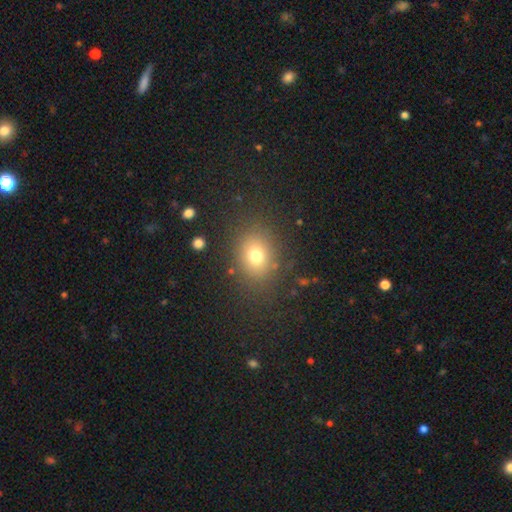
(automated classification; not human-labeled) The model was most divided on "how rounded": round: 52%, in between: 47%, cigar-shaped: 1%. More confident: merging — none (81%); smooth or featured — smooth (74%).